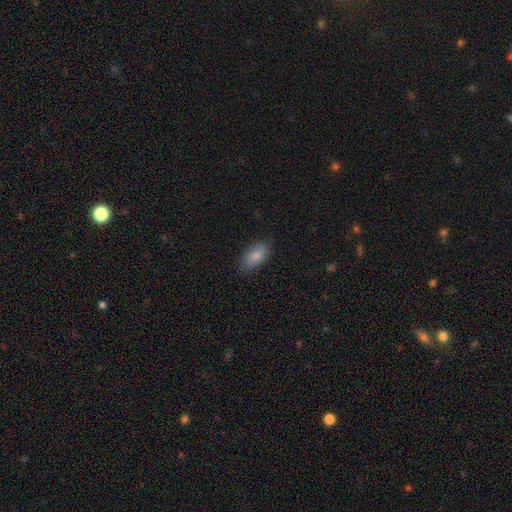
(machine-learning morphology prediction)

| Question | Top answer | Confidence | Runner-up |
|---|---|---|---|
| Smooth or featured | smooth | 80% | featured or disk (13%) |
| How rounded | in between | 91% | cigar-shaped (5%) |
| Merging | none | 80% | minor disturbance (16%) |